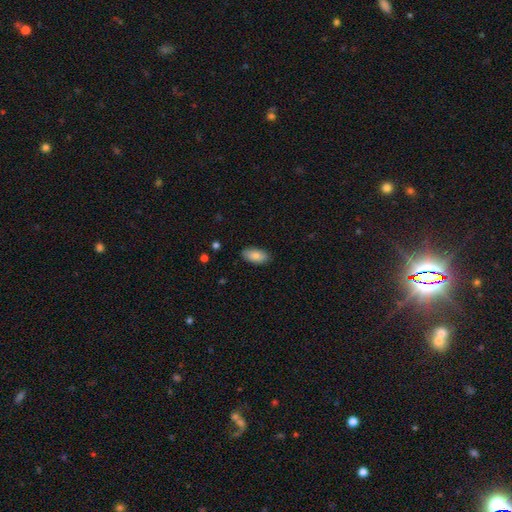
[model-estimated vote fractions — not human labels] Overall: smooth (84%). How rounded: in between (92%). Merging: none (88%).